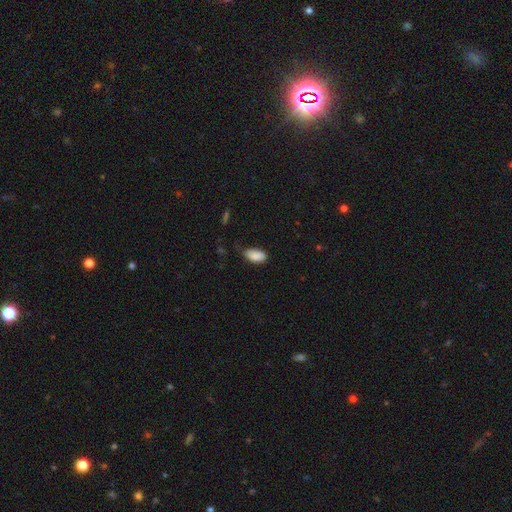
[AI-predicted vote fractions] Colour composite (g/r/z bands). It shows a smooth galaxy with no disk features (88%) that is in between round and cigar-shaped (94%). Merging: none (60%).